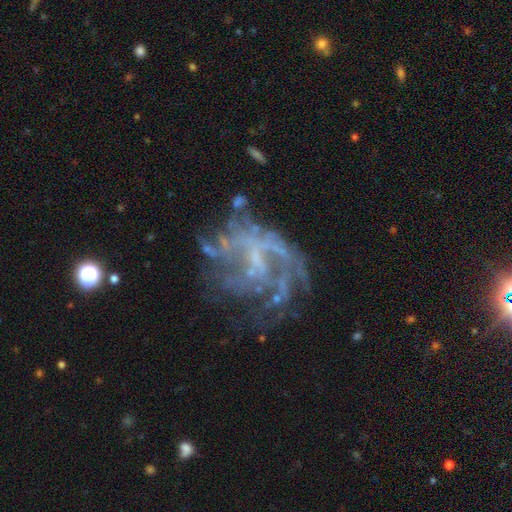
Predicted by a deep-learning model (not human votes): This is likely a featured or disk galaxy (77%). It is clearly not viewed edge-on (98%). Bar: possibly no (55%). Spiral arm pattern: likely yes (67%). Spiral arm count: possibly can't tell (48%). Spiral winding: marginally medium (36%). Central bulge: possibly none (52%). Merging: possibly none (47%).